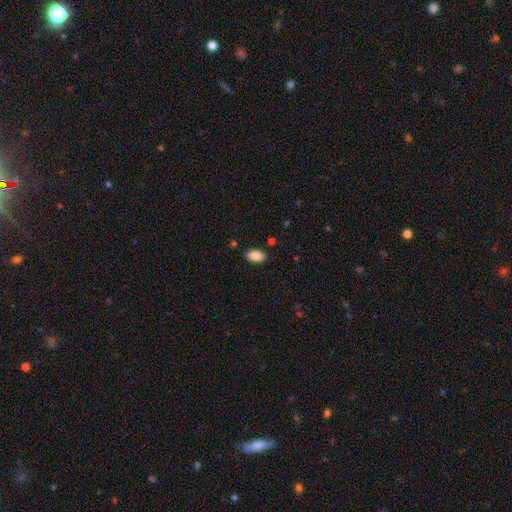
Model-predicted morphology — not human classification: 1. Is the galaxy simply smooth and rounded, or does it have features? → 89% smooth, 7% star or artifact, 4% featured or disk.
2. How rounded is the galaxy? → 93% in between, 5% round, 2% cigar-shaped.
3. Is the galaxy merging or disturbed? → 87% none, 9% minor disturbance, 2% major disturbance, 2% merger.